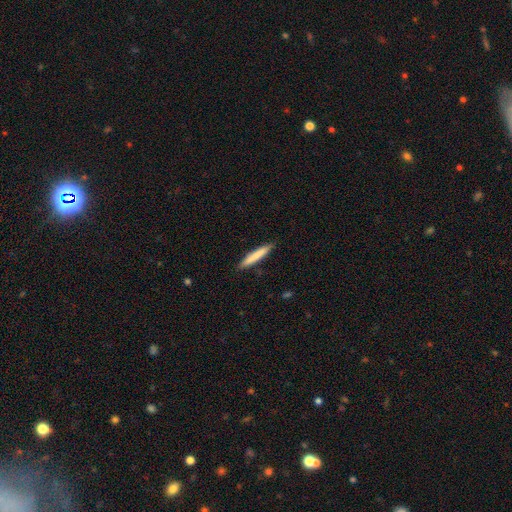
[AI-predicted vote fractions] Smooth or featured?
  - smooth: 77% *
  - featured or disk: 17%
  - star or artifact: 6%
How rounded?
  - cigar-shaped: 94% *
  - in between: 5%
  - round: 1%
Merging?
  - none: 89% *
  - minor disturbance: 8%
  - major disturbance: 2%
  - merger: 1%